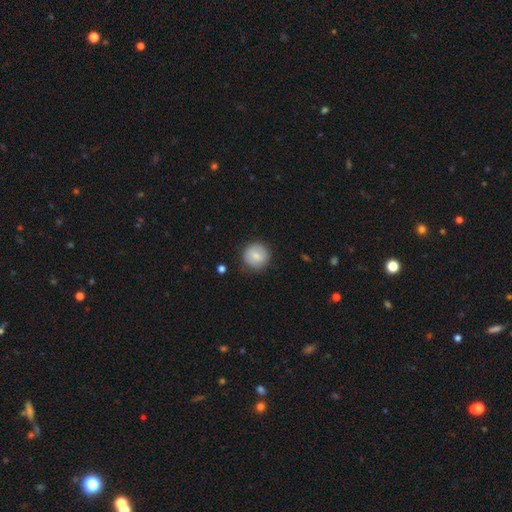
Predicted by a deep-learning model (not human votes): Overall: smooth (78%). How rounded: round (92%). Merging: none (85%).